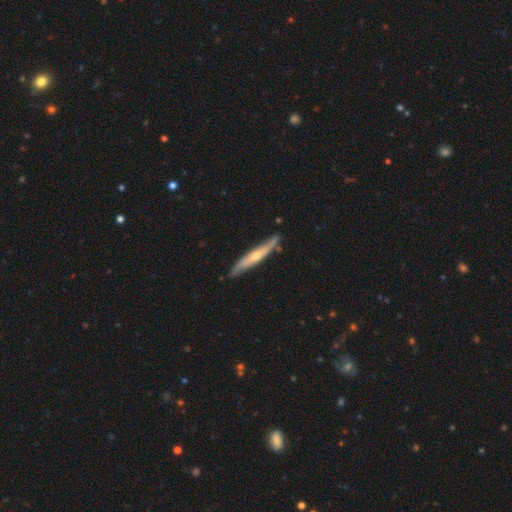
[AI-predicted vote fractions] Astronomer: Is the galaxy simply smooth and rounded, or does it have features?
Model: featured or disk — 61%.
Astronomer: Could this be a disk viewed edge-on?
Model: yes — 86%.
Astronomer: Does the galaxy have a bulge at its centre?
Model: rounded — 75%.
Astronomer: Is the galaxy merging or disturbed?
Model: none — 79%.